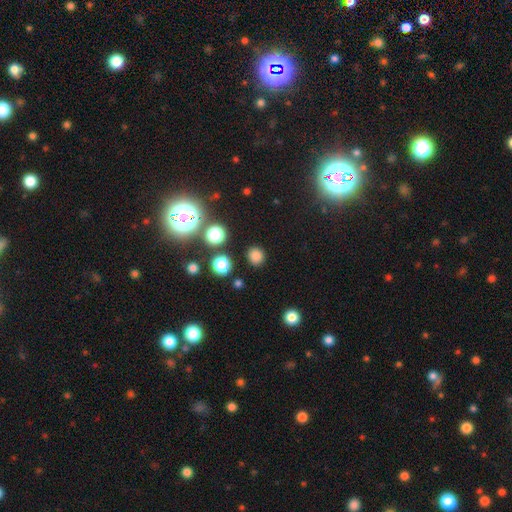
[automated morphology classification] This appears to be a smooth galaxy with no disk features (76%) that is round (83%). Merging: none (85%).